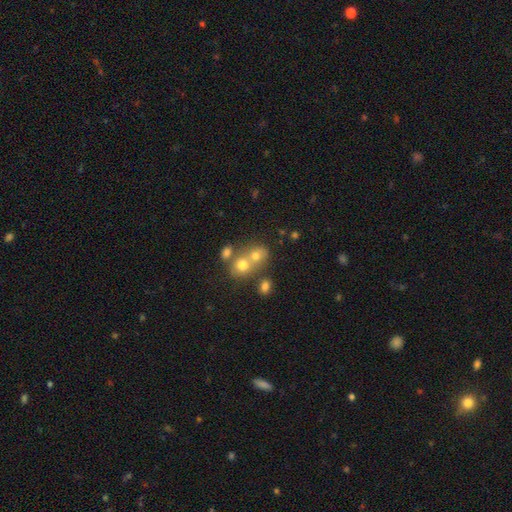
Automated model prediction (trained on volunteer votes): smooth 68%, featured or disk 16%, star or artifact 16%. Down the decision tree: how rounded — round (64%); merging — merger (51%).